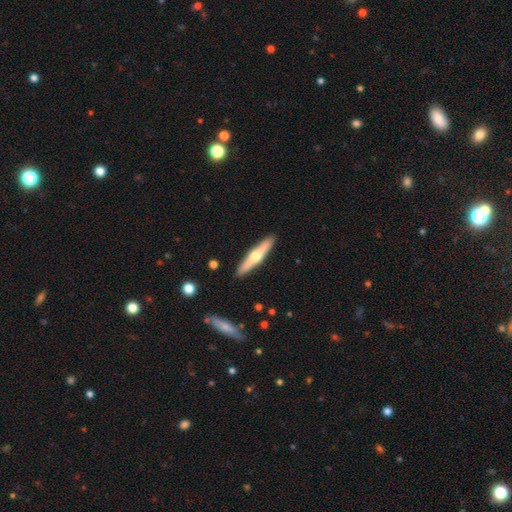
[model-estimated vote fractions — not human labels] Overall: featured or disk (55%; smooth 40%). Edge-on disk: yes (95%). Edge-on bulge: rounded (91%). Merging: none (91%).